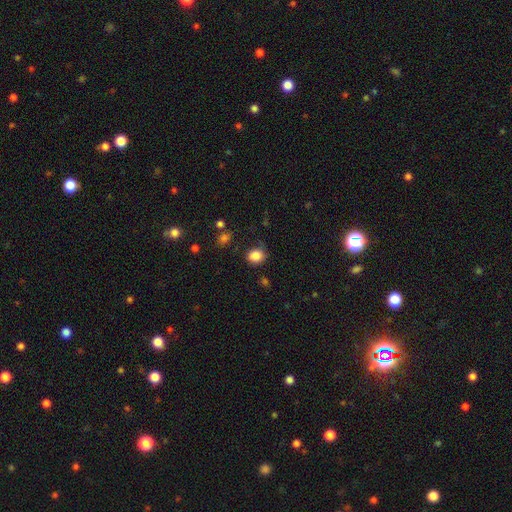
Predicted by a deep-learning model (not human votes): A smooth galaxy with no disk features (84%) that is round (59%). Merging: none (69%).